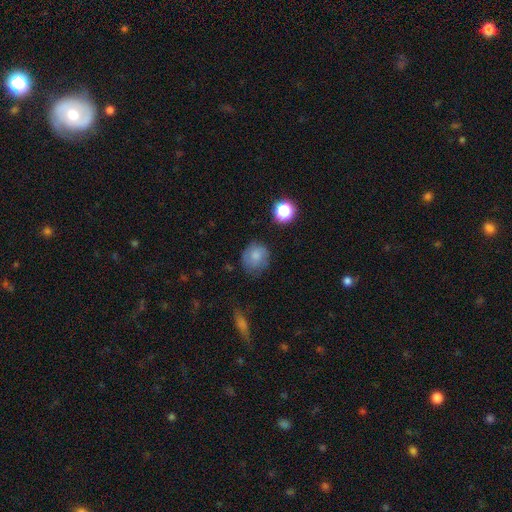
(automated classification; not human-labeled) Overall: smooth (76%). How rounded: round (79%). Merging: none (69%).